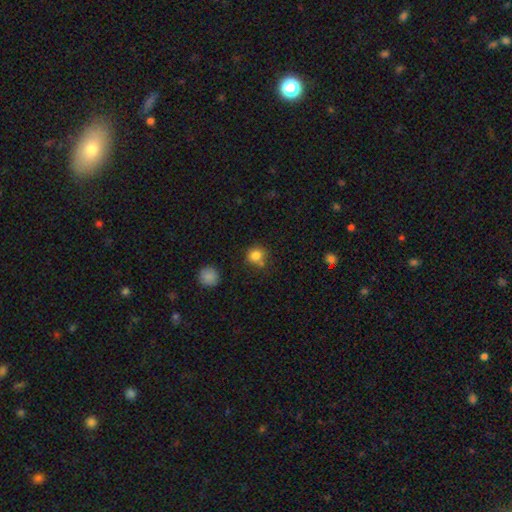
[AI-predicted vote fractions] A smooth galaxy with no disk features (82%) that is round (87%). Merging: none (70%).